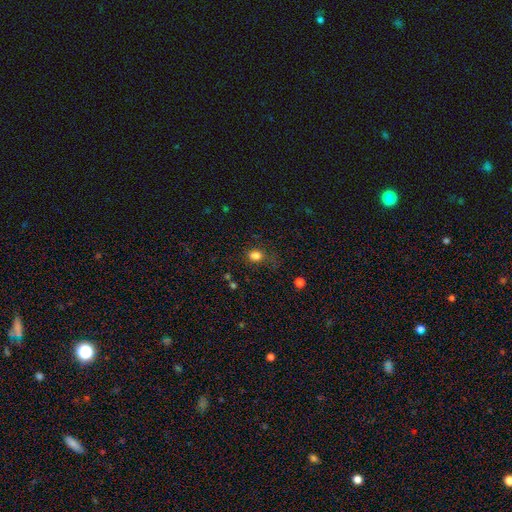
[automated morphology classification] The model was most divided on "how rounded": round: 53%, in between: 45%, cigar-shaped: 1%. More confident: smooth or featured — smooth (81%); merging — none (69%).